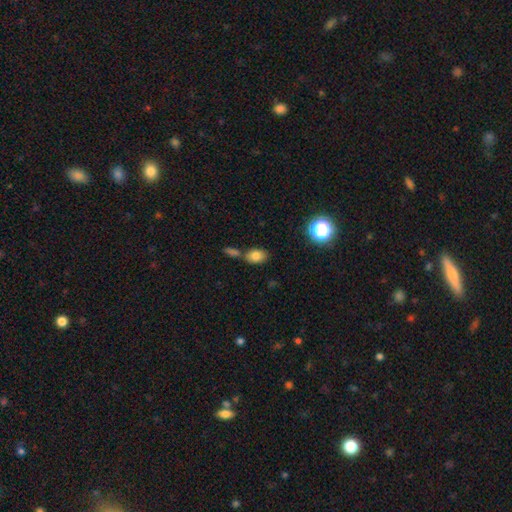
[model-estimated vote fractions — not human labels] Smooth or featured: smooth — 79% (star or artifact — 12%)
How rounded: in between — 83% (round — 15%)
Merging: none — 60% (merger — 24%)